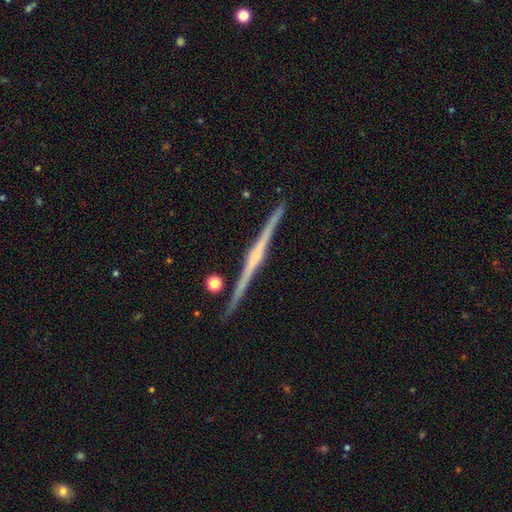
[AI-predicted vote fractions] A featured or disk galaxy (83%) viewed edge-on (99%) with a rounded central bulge (58%).

Vote fractions:
- Smooth or featured? featured or disk: 83% / smooth: 12% / star or artifact: 5%
- Edge-on disk? yes: 99% / no: 1%
- Edge-on bulge? rounded: 58% / none: 27% / boxy: 14%
- Merging? none: 91% / minor disturbance: 6% / merger: 2% / major disturbance: 1%